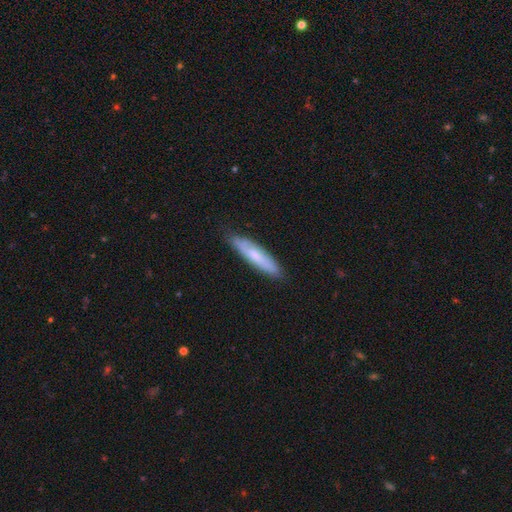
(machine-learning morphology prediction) type=smooth (63%); roundness=cigar-shaped (81%); merging=none (82%).